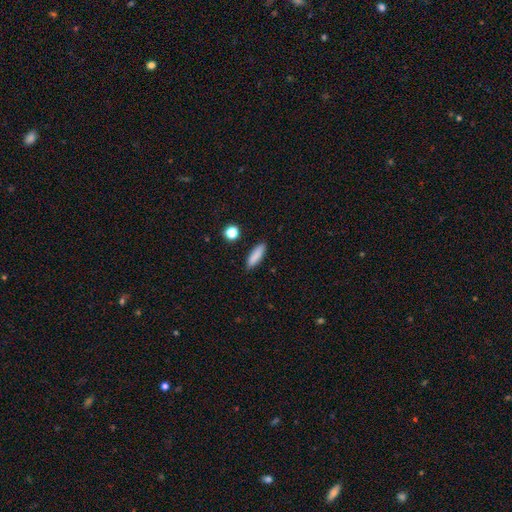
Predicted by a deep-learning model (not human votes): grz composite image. It shows a smooth galaxy with no disk features (86%) that is cigar-shaped (59%). Merging: none (88%).